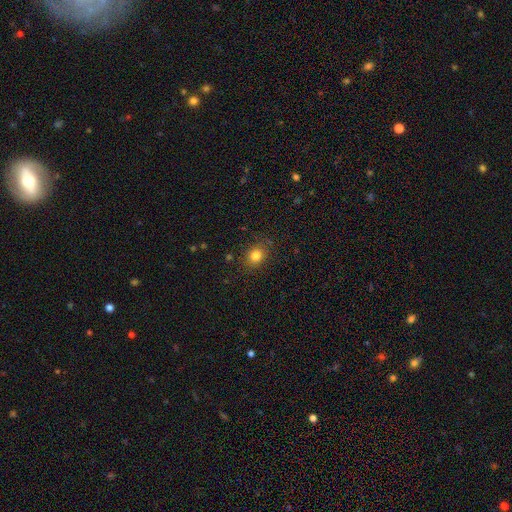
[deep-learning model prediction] Q: Smooth or featured?
A: smooth (81%); runner-up: star or artifact (12%)
Q: How rounded?
A: round (58%); runner-up: in between (41%)
Q: Merging?
A: none (84%); runner-up: minor disturbance (11%)